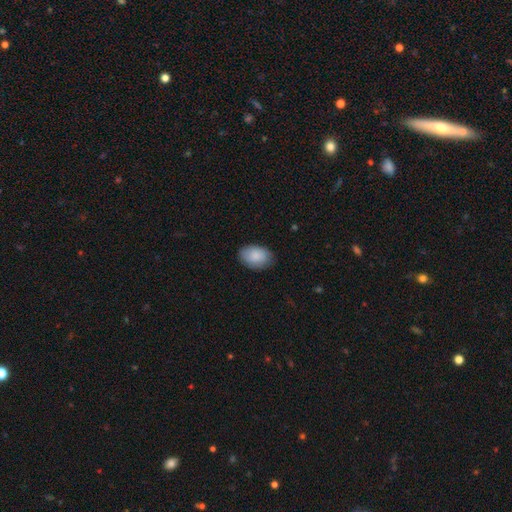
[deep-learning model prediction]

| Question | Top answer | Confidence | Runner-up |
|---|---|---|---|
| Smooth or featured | smooth | 88% | star or artifact (6%) |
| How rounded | in between | 87% | round (12%) |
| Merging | none | 82% | minor disturbance (14%) |